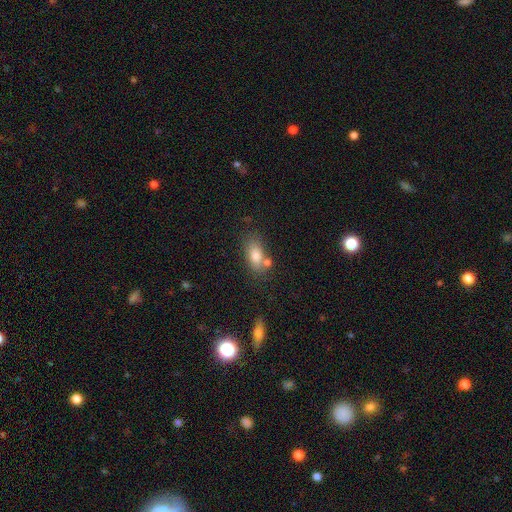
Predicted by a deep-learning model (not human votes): This is likely a smooth galaxy (79%). How rounded: clearly in between (85%). Merging: likely none (62%).